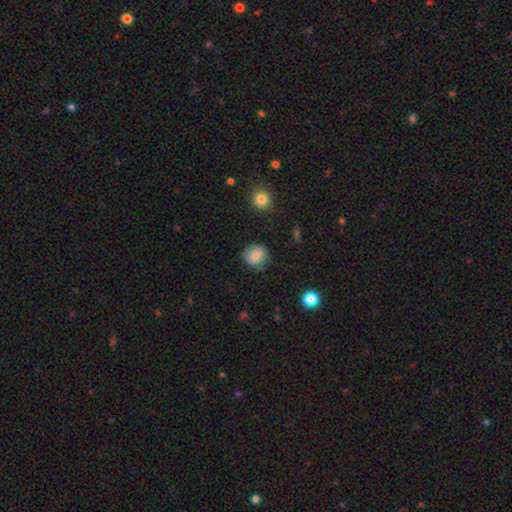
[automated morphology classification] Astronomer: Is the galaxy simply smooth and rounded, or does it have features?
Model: smooth — 75%.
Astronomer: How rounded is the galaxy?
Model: round — 85%.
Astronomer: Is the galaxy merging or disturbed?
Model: none — 74%.